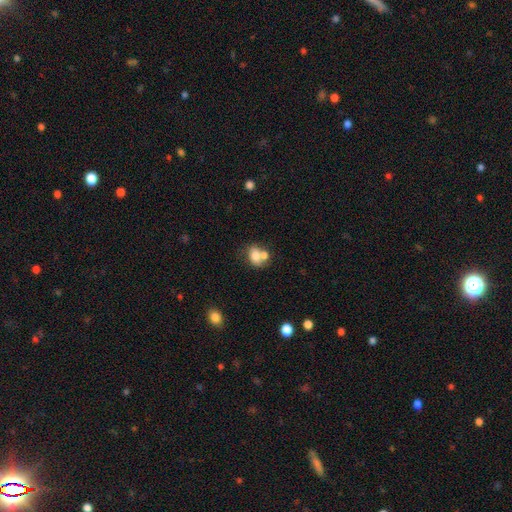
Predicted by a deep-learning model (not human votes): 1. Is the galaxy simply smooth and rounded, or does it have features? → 73% smooth, 17% featured or disk, 10% star or artifact.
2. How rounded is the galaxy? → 64% in between, 34% round, 1% cigar-shaped.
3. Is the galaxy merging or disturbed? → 49% merger, 34% none, 12% minor disturbance, 6% major disturbance.